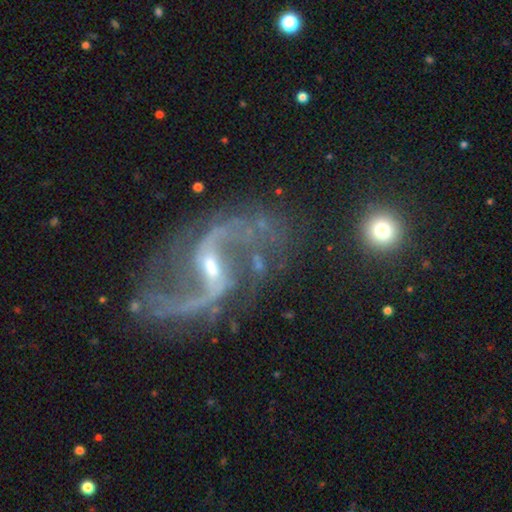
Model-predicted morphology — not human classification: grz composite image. It shows a featured or disk galaxy (93%) with a weak bar (47%), 2 (94%) loose (75%) spiral arms (98%) and a small central bulge (59%). Merging: none (68%).